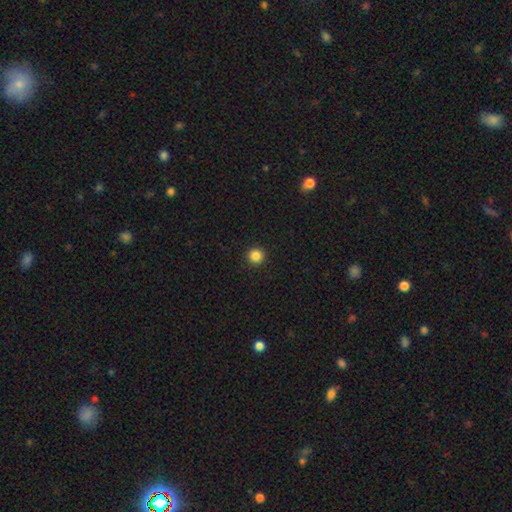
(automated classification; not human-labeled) A smooth galaxy with no disk features (85%) that is round (95%).

Vote fractions:
- Smooth or featured? smooth: 85% / star or artifact: 11% / featured or disk: 3%
- How rounded? round: 95% / in between: 4% / cigar-shaped: 1%
- Merging? none: 94% / minor disturbance: 4% / major disturbance: 1% / merger: 1%